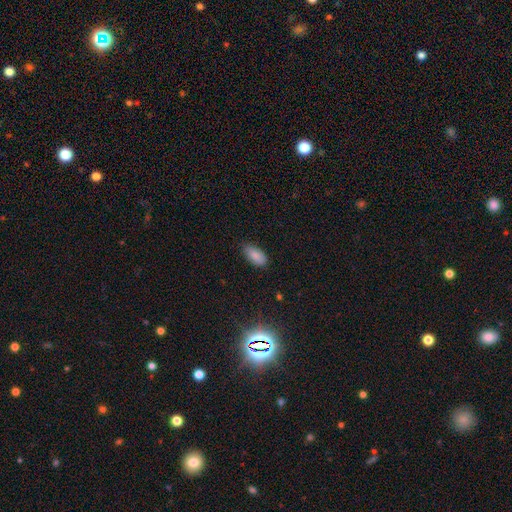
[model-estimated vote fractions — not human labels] This appears to be a smooth galaxy with no disk features (83%) that is in between round and cigar-shaped (93%). Merging: none (81%).